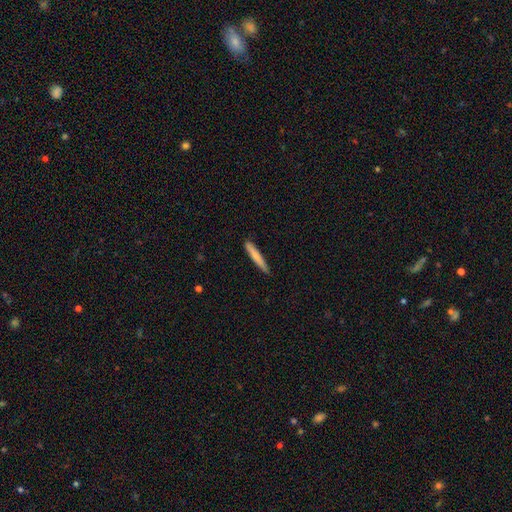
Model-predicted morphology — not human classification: A smooth galaxy with no disk features (74%) that is cigar-shaped (95%). Merging: none (86%).